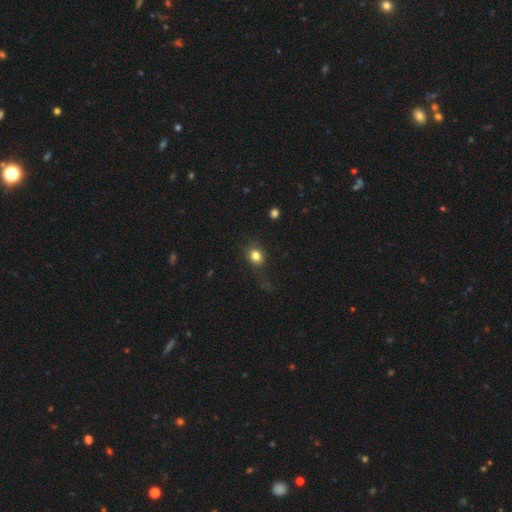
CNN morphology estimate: Overall: smooth (81%). How rounded: round (64%; in between 34%). Merging: none (73%).